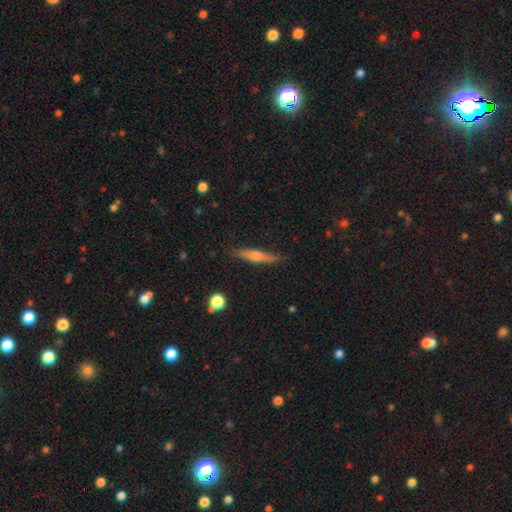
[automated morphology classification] Smooth or featured? Predicted: featured or disk (p=0.48). Merging? Predicted: none (p=0.85).